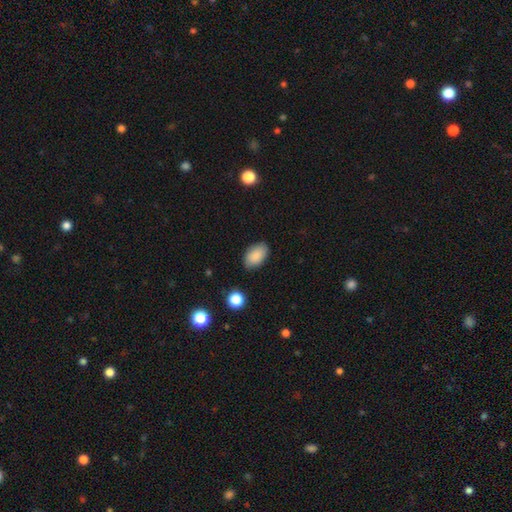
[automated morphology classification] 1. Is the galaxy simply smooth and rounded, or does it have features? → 86% smooth, 7% star or artifact, 7% featured or disk.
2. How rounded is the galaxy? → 91% in between, 8% round, 1% cigar-shaped.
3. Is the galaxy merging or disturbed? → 82% none, 14% minor disturbance, 3% major disturbance, 1% merger.